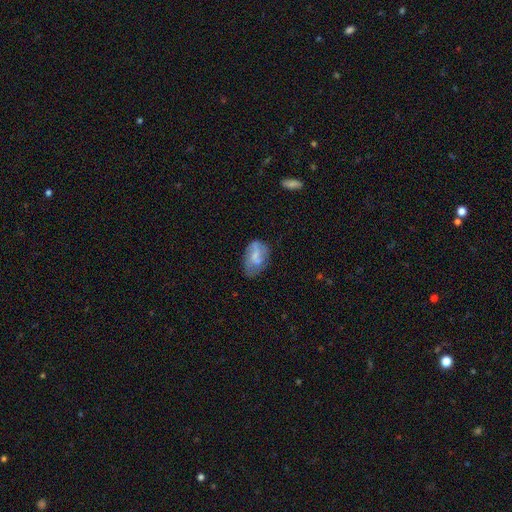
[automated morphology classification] Smooth or featured: smooth — 52% (featured or disk — 40%)
How rounded: in between — 89% (round — 9%)
Merging: none — 46% (minor disturbance — 32%)